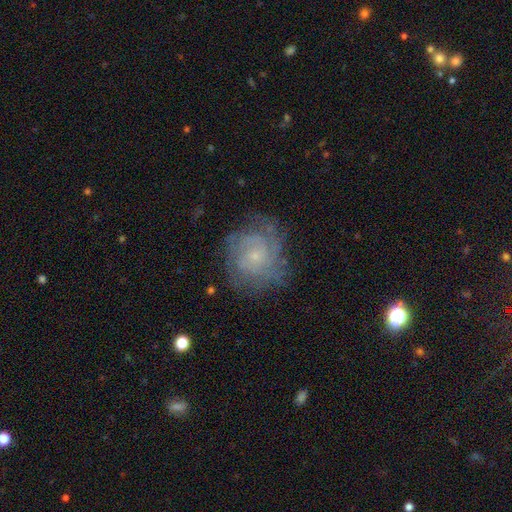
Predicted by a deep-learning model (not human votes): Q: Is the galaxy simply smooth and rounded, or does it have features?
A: featured or disk — 72%.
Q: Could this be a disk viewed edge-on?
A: no — 98%.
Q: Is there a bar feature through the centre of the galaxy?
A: no — 78%.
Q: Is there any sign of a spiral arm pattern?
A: yes — 89%.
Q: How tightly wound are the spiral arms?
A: tight — 63%.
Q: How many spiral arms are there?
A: can't tell — 46%.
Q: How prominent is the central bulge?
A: small — 79%.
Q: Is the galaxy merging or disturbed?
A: none — 69%.